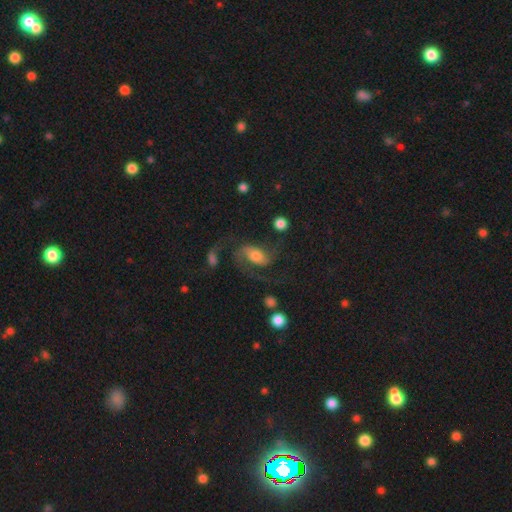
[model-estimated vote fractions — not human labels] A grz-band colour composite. It shows a featured or disk galaxy (69%) with no bar (45%), 2 (74%) loose (44%) spiral arms (91%) and a moderate central bulge (52%). Merging: none (47%).